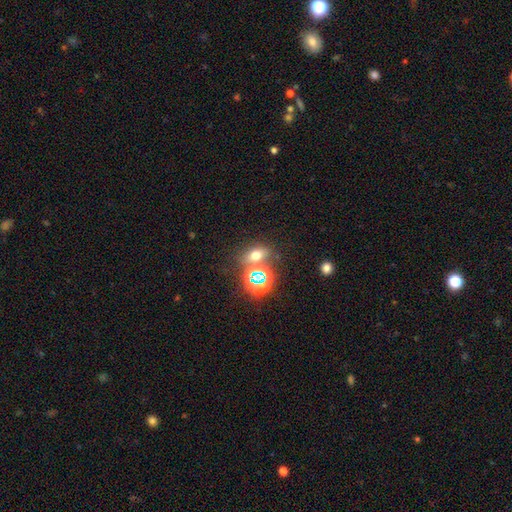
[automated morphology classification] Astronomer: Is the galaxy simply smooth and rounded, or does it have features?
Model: smooth — 56%.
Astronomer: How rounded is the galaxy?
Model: in between — 63%.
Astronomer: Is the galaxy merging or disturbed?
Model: none — 66%.